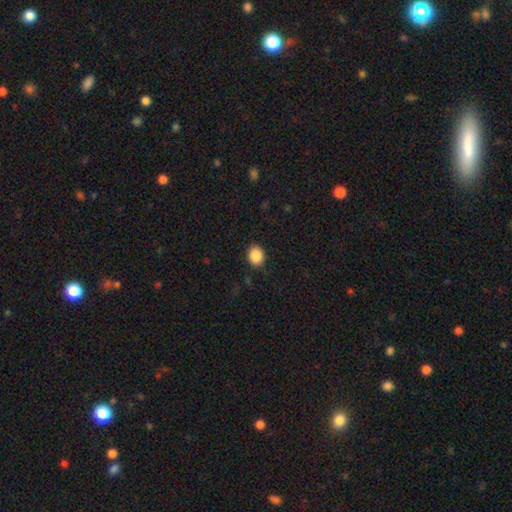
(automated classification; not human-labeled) Smooth or featured? smooth (89%)
How rounded? round (53%)
Merging? none (88%)